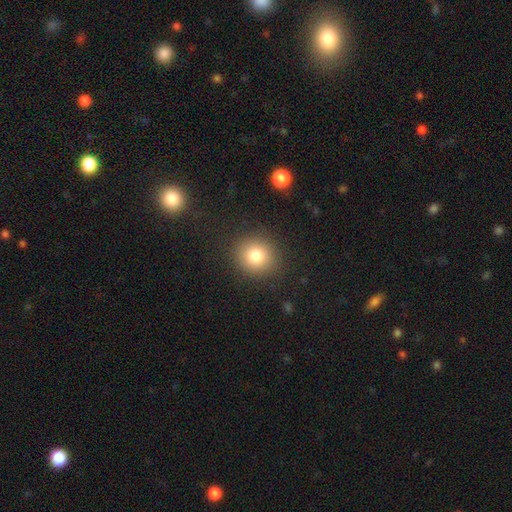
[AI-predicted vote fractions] This is clearly a smooth galaxy (80%). How rounded: clearly round (86%). Merging: clearly none (89%).